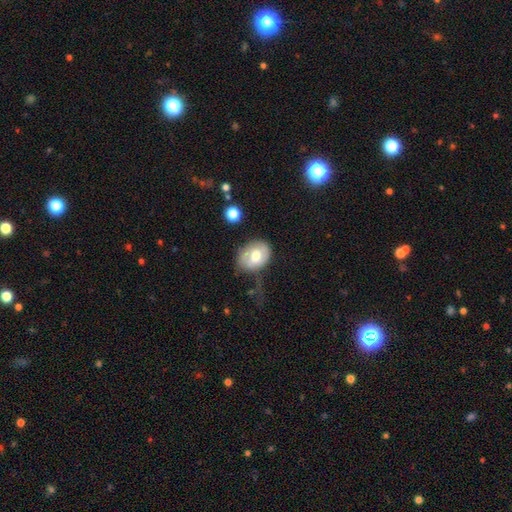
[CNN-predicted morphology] smooth-or-featured: smooth: 57% | featured or disk: 36% | star or artifact: 7%
  how-rounded: in between: 64% | round: 35% | cigar-shaped: 1%
  merging: none: 48% | minor disturbance: 31% | major disturbance: 17% | merger: 4%